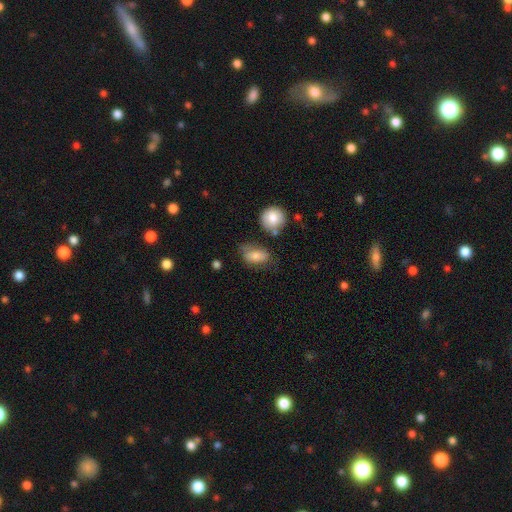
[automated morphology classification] Q: Smooth or featured?
A: smooth (76%); runner-up: featured or disk (16%)
Q: How rounded?
A: in between (86%); runner-up: round (10%)
Q: Merging?
A: none (53%); runner-up: minor disturbance (28%)